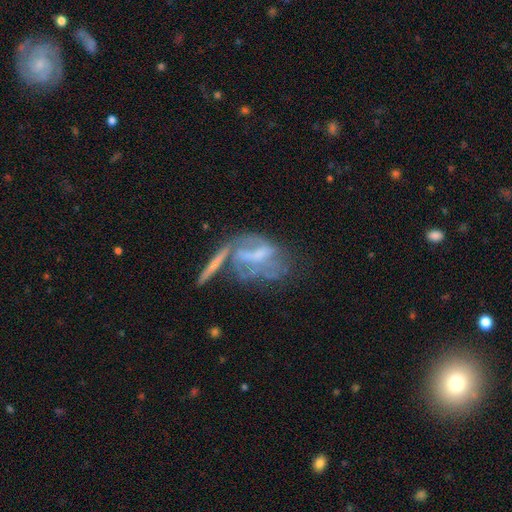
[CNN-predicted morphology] The model was most divided on "spiral arms": no: 52%, yes: 48%. Remaining: edge-on disk — no (91%); smooth or featured — featured or disk (67%); bar — no (40%); bulge size — none (37%); merging — merger (34%).